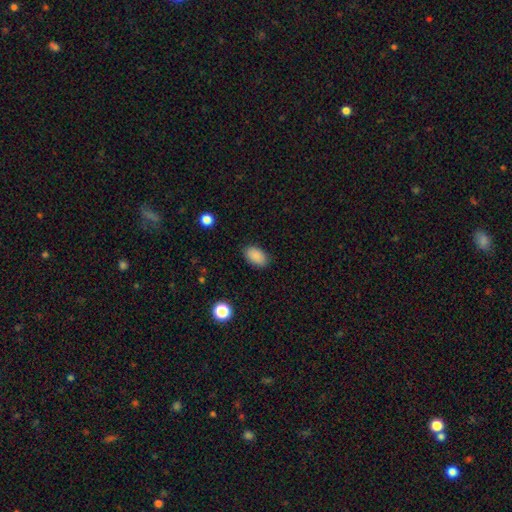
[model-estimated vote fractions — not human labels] A smooth galaxy with no disk features (88%) that is in between round and cigar-shaped (91%). Merging: none (86%).